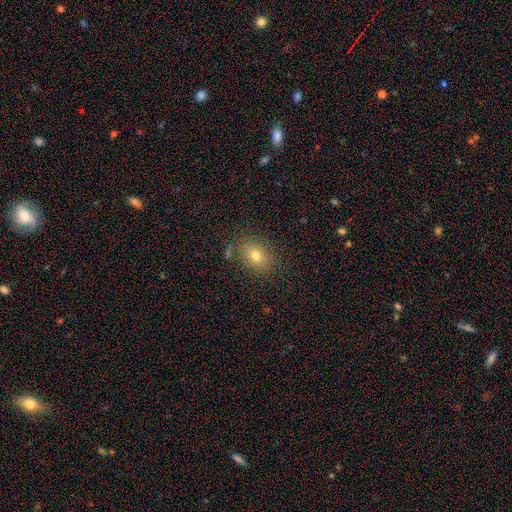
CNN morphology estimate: smooth-or-featured: smooth: 74% | featured or disk: 13% | star or artifact: 13%
  how-rounded: in between: 66% | round: 33% | cigar-shaped: 1%
  merging: none: 81% | minor disturbance: 11% | major disturbance: 4% | merger: 3%